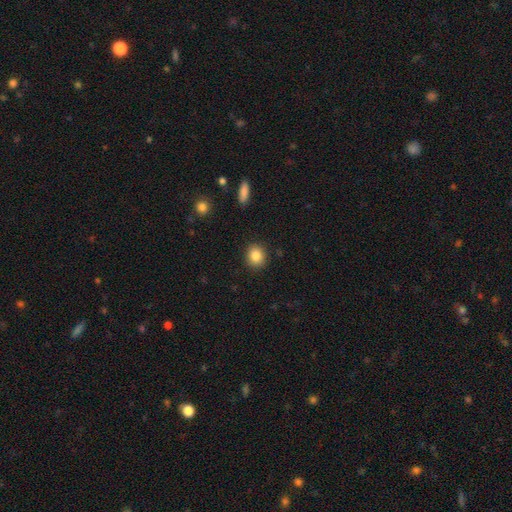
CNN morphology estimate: smooth_or_featured: smooth (p=0.86) [alt: star or artifact p=0.09]
how_rounded: round (p=0.70) [alt: in between p=0.29]
merging: none (p=0.89) [alt: minor disturbance p=0.08]